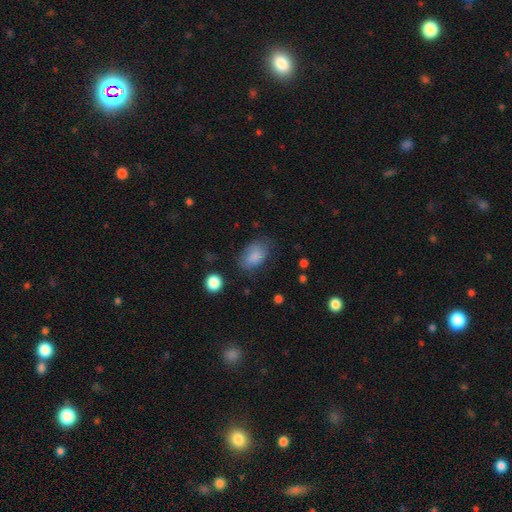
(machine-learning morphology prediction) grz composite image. It shows a smooth galaxy with no disk features (83%) that is in between round and cigar-shaped (88%). Merging: none (67%).